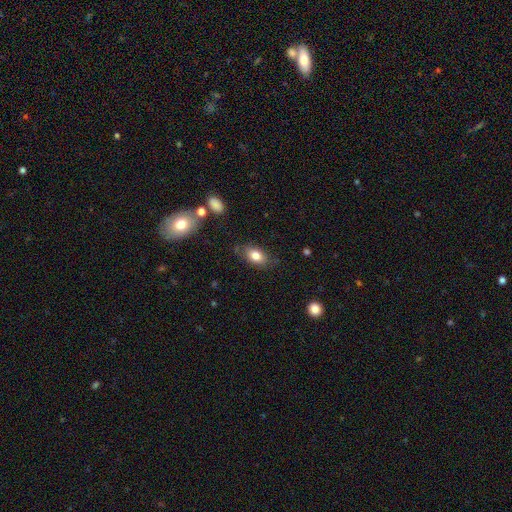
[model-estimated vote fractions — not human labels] Smooth or featured? smooth (80%)
How rounded? in between (86%)
Merging? none (76%)